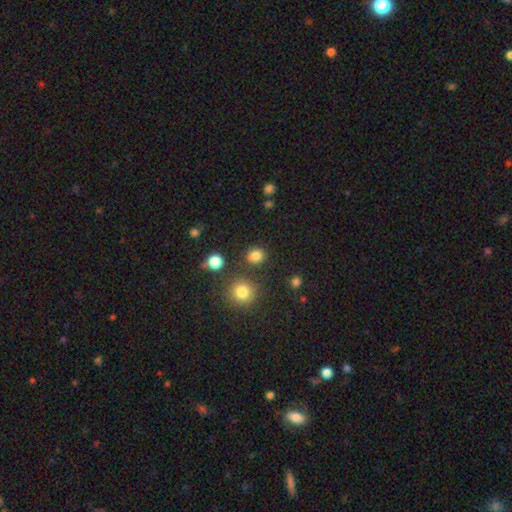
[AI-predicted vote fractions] smooth 82%, star or artifact 14%, featured or disk 4%. Down the decision tree: how rounded — round (80%); merging — none (84%).